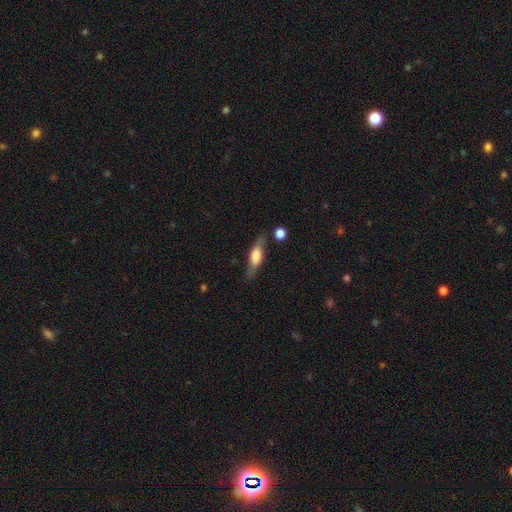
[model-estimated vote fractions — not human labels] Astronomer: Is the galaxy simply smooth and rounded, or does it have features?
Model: smooth — 49% (runner-up: featured or disk, 44%).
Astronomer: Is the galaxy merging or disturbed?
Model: none — 73%.